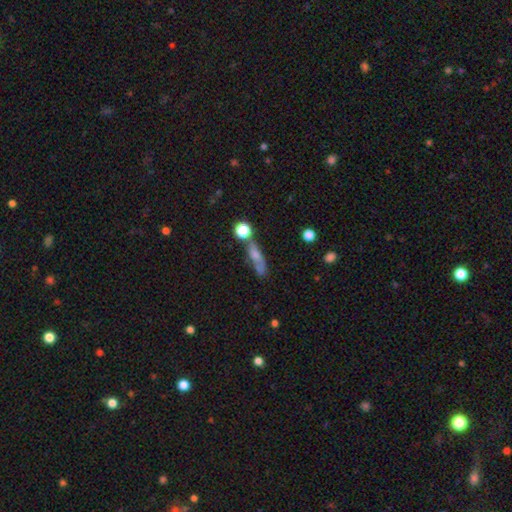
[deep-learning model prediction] Q: Smooth or featured?
A: smooth (56%); runner-up: featured or disk (30%)
Q: How rounded?
A: cigar-shaped (56%); runner-up: in between (32%)
Q: Merging?
A: none (50%); runner-up: minor disturbance (21%)